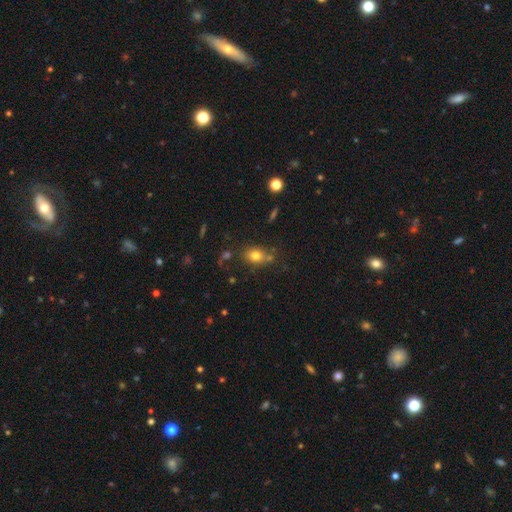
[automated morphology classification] smooth-or-featured: smooth: 77% | star or artifact: 13% | featured or disk: 10%
  how-rounded: in between: 60% | round: 38% | cigar-shaped: 2%
  merging: none: 68% | minor disturbance: 16% | merger: 11% | major disturbance: 5%